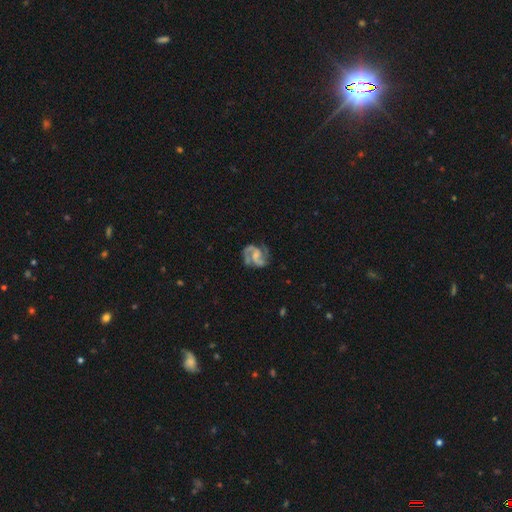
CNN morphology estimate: A featured or disk galaxy (87%) with a weak bar (45%), 2 (81%) medium (58%) spiral arms (97%) and a small central bulge (43%).

Vote fractions:
- Smooth or featured? featured or disk: 87% / smooth: 7% / star or artifact: 5%
- Edge-on disk? no: 98% / yes: 2%
- Bar? weak: 45% / no: 42% / strong: 13%
- Spiral arms? yes: 97% / no: 3%
- Spiral winding? medium: 58% / tight: 23% / loose: 19%
- Spiral arm count? 2: 81% / 3: 10% / can't tell: 4% / 1: 2% / 4: 2% / more than 4: 2%
- Bulge size? small: 43% / moderate: 31% / none: 22% / large: 3% / dominant: 1%
- Merging? none: 69% / minor disturbance: 19% / major disturbance: 11% / merger: 2%